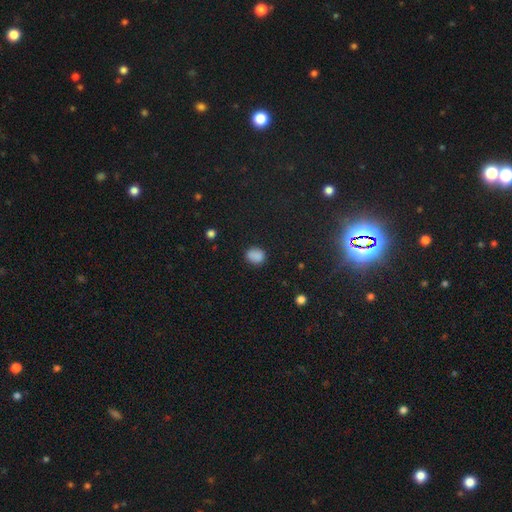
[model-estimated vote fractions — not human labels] This is clearly a smooth galaxy (83%). How rounded: possibly round (59%). Merging: likely none (79%).